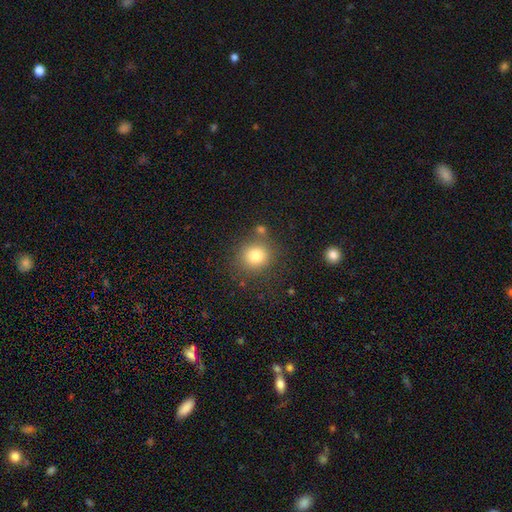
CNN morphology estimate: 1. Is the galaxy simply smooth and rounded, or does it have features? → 80% smooth, 12% star or artifact, 8% featured or disk.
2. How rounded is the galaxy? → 89% round, 11% in between, 1% cigar-shaped.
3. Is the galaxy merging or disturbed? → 77% none, 11% minor disturbance, 8% merger, 4% major disturbance.